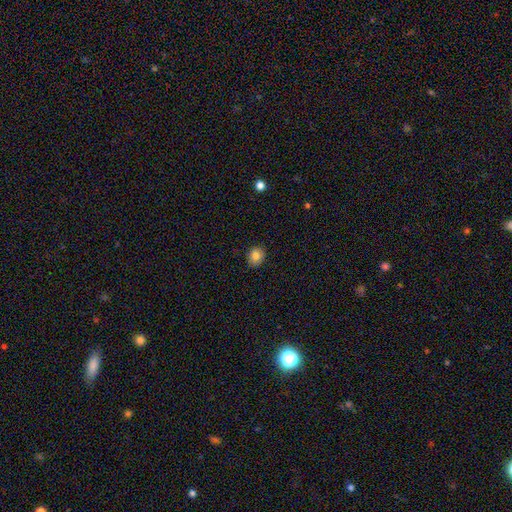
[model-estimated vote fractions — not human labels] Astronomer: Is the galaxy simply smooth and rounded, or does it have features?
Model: smooth — 82%.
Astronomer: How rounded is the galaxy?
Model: round — 65%.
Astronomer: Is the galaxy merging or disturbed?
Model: none — 86%.